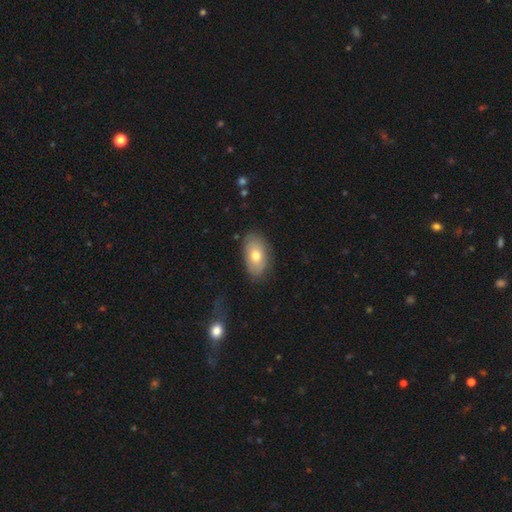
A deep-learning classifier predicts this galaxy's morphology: Overall: smooth (69%). How rounded: in between (92%). Merging: none (78%).